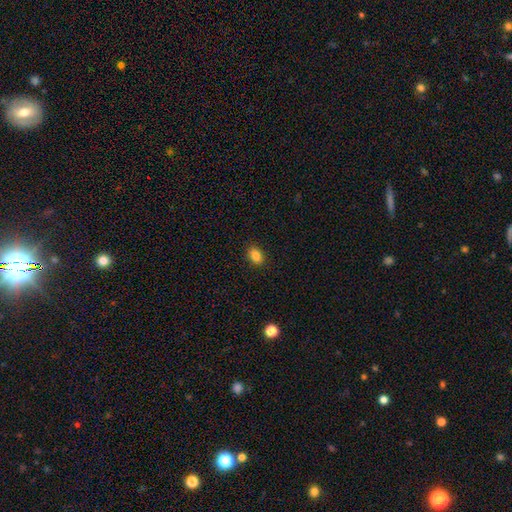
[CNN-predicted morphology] This appears to be a smooth galaxy with no disk features (86%) that is in between round and cigar-shaped (80%). Merging: none (89%).